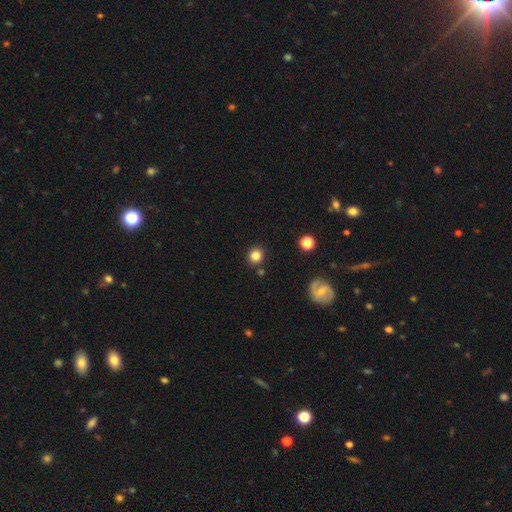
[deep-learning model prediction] smooth-or-featured: smooth: 82% | star or artifact: 11% | featured or disk: 6%
  how-rounded: round: 91% | in between: 8% | cigar-shaped: 1%
  merging: none: 87% | minor disturbance: 7% | merger: 4% | major disturbance: 2%